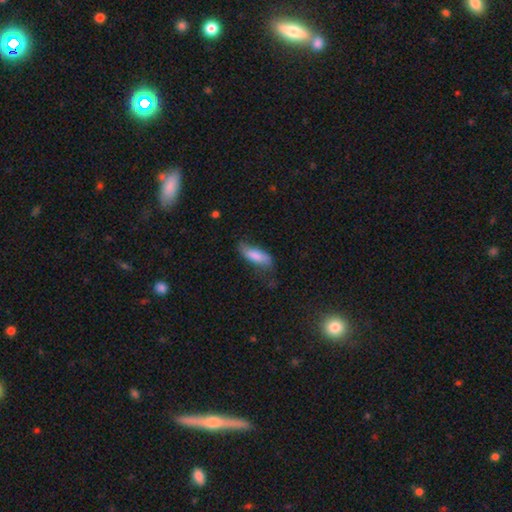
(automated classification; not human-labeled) Morphology: type=smooth (75%); roundness=in between (62%); merging=none (51%).